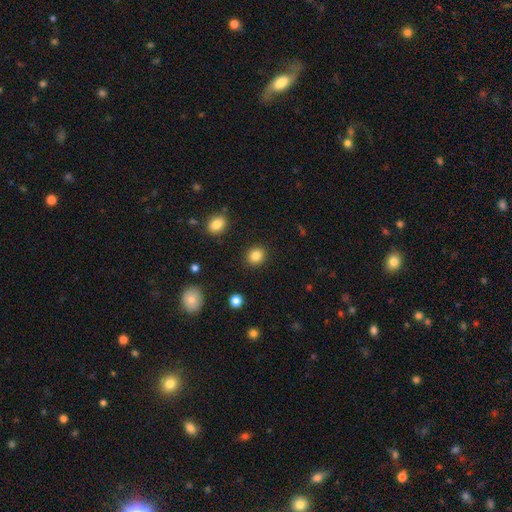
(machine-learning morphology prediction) smooth-or-featured: smooth: 85% | star or artifact: 10% | featured or disk: 5%
  how-rounded: round: 79% | in between: 21% | cigar-shaped: 1%
  merging: none: 90% | minor disturbance: 6% | major disturbance: 2% | merger: 1%